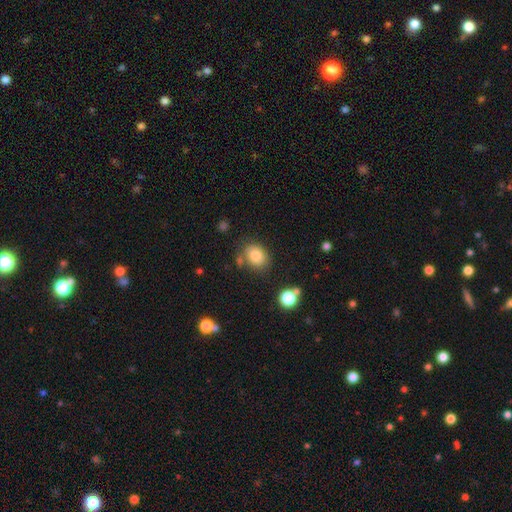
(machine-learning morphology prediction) This is clearly a smooth galaxy (82%). How rounded: possibly in between (58%). Merging: likely none (73%).